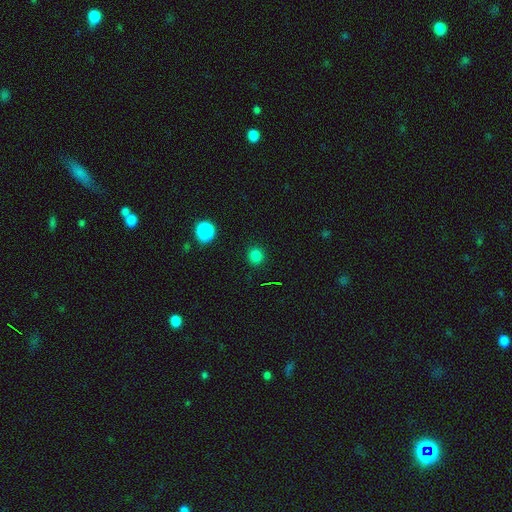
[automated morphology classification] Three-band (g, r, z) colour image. It shows a smooth galaxy with no disk features (79%) that is round (89%). Merging: none (90%).